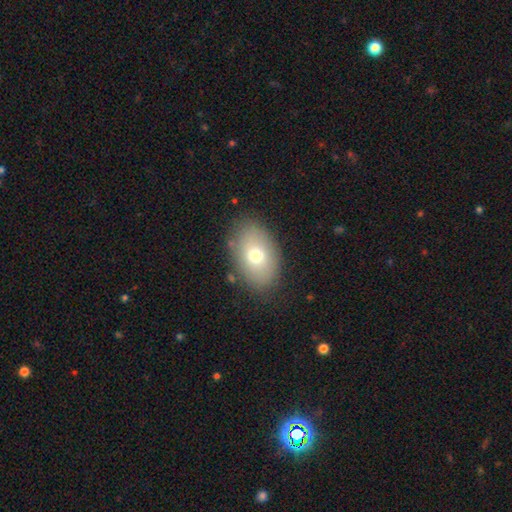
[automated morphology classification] smooth 71%, featured or disk 20%, star or artifact 10%. Down the decision tree: how rounded — in between (86%); merging — none (82%).